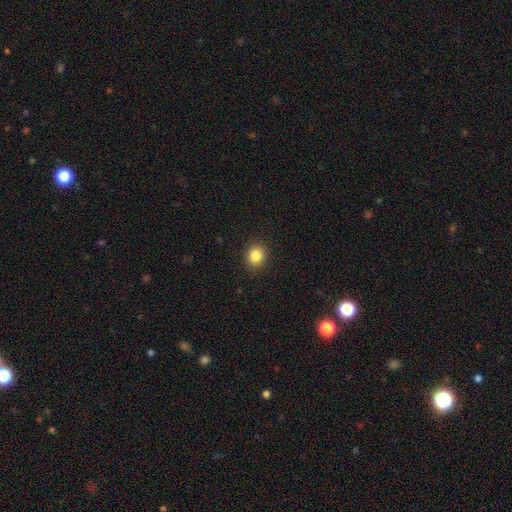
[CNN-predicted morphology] smooth_or_featured: smooth (p=0.85) [alt: star or artifact p=0.10]
how_rounded: round (p=0.75) [alt: in between p=0.24]
merging: none (p=0.90) [alt: minor disturbance p=0.07]